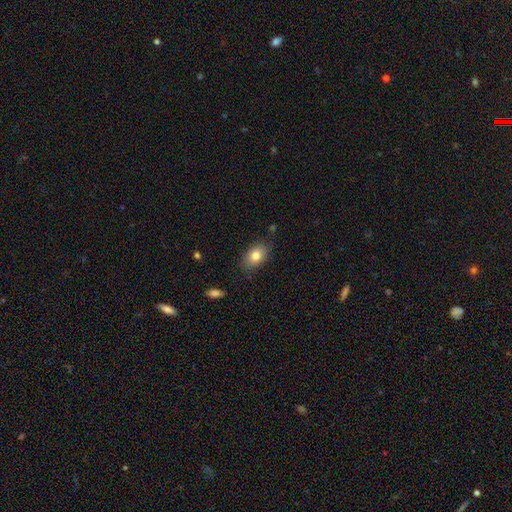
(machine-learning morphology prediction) A smooth galaxy with no disk features (80%) that is in between round and cigar-shaped (85%). Merging: none (81%).